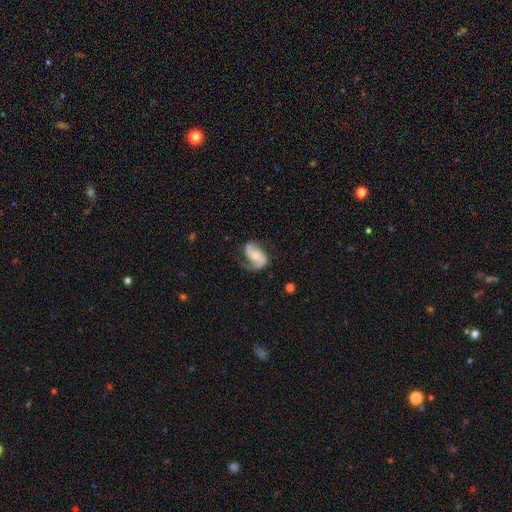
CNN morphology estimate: This appears to be a featured or disk galaxy (82%) with no bar (50%), 2 (74%) loose (43%) spiral arms (95%) and a moderate central bulge (54%). Merging: none (58%).